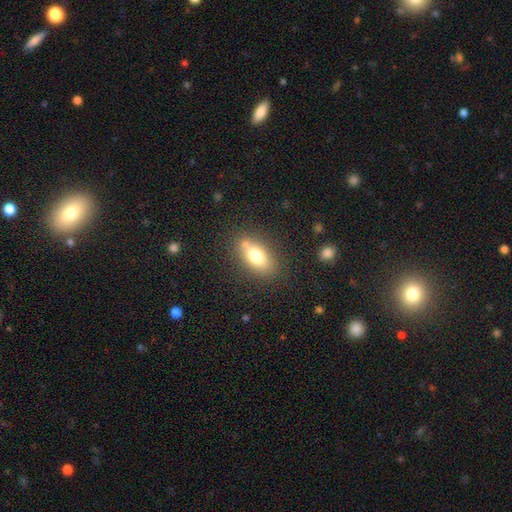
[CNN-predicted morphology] Smooth or featured?
  - smooth: 76% *
  - featured or disk: 15%
  - star or artifact: 9%
How rounded?
  - in between: 87% *
  - round: 9%
  - cigar-shaped: 5%
Merging?
  - none: 71% *
  - minor disturbance: 14%
  - merger: 11%
  - major disturbance: 4%